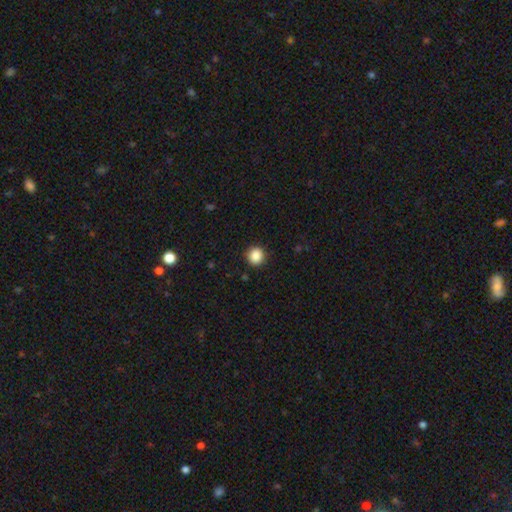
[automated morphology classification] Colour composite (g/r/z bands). It shows a smooth galaxy with no disk features (88%) that is round (92%). Merging: none (91%).